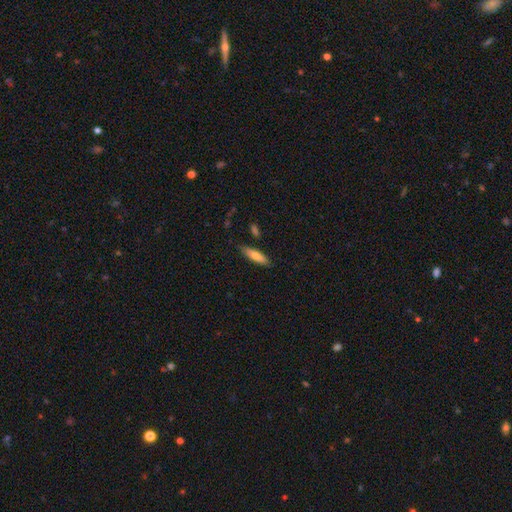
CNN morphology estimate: smooth-or-featured: smooth: 71% | featured or disk: 23% | star or artifact: 6%
  how-rounded: cigar-shaped: 65% | in between: 33% | round: 2%
  merging: none: 83% | minor disturbance: 12% | merger: 3% | major disturbance: 2%